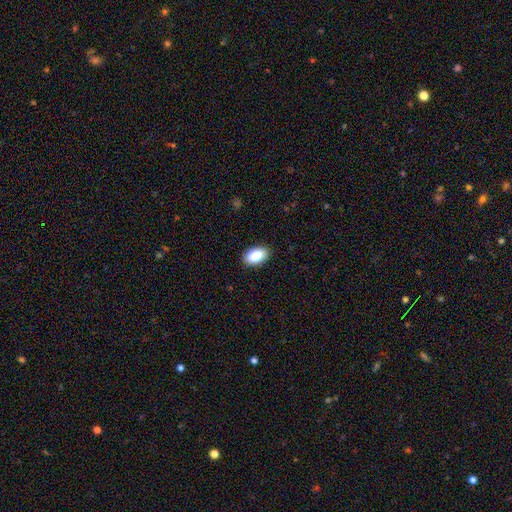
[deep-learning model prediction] smooth_or_featured: smooth (p=0.89) [alt: star or artifact p=0.07]
how_rounded: in between (p=0.95) [alt: round p=0.04]
merging: none (p=0.89) [alt: minor disturbance p=0.08]